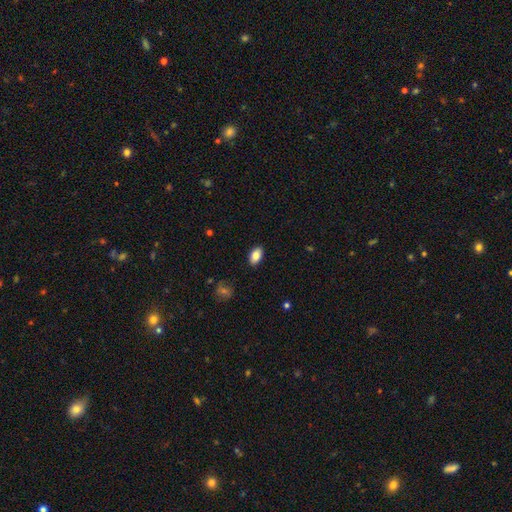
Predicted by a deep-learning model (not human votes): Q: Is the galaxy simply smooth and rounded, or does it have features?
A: smooth — 84%.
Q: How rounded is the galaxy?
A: in between — 93%.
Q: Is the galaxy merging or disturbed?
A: none — 88%.